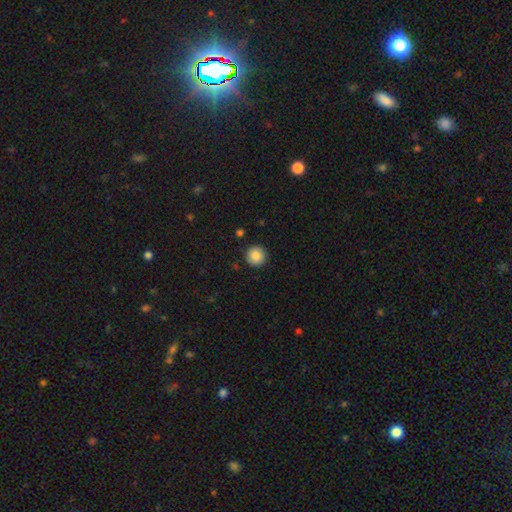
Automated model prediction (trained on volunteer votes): The model was most divided on "smooth or featured": smooth: 86%, star or artifact: 8%, featured or disk: 6%. More confident: how rounded — round (95%); merging — none (91%).